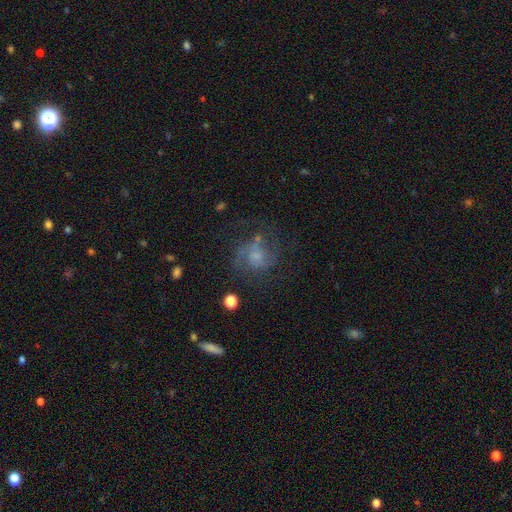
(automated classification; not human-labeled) The model was most divided on "bulge size": moderate: 33%, small: 32%, none: 24%, large: 8%, dominant: 2%. More confident: edge-on disk — no (97%); bar — no (73%); spiral arms — yes (70%); smooth or featured — featured or disk (54%); merging — none (53%).